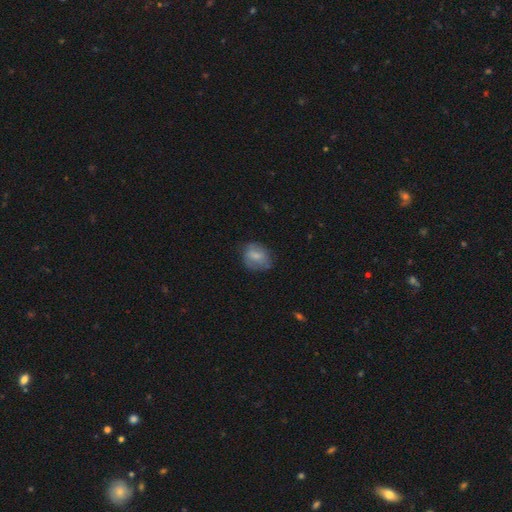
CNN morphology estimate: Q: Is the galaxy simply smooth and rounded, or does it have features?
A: smooth — 70%.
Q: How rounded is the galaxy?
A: in between — 52%.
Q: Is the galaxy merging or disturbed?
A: none — 62%.